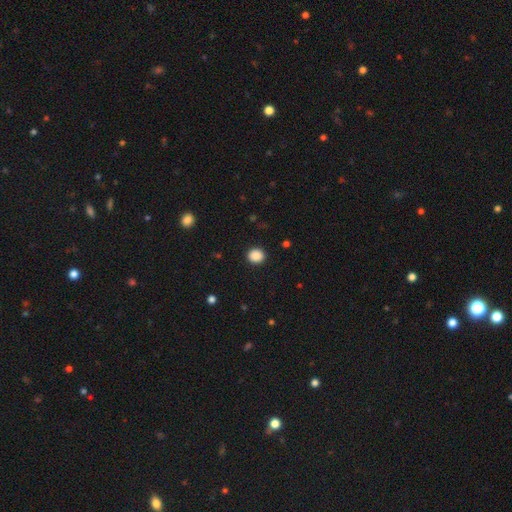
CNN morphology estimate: smooth_or_featured: smooth (p=0.89) [alt: star or artifact p=0.09]
how_rounded: round (p=0.79) [alt: in between p=0.20]
merging: none (p=0.91) [alt: minor disturbance p=0.06]